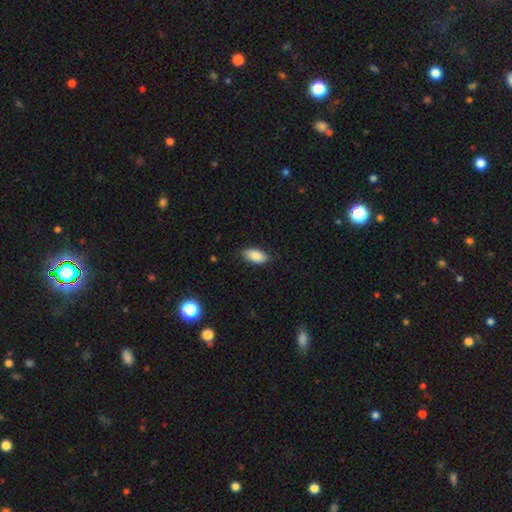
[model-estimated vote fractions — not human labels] Overall: smooth (85%). How rounded: in between (91%). Merging: none (86%).